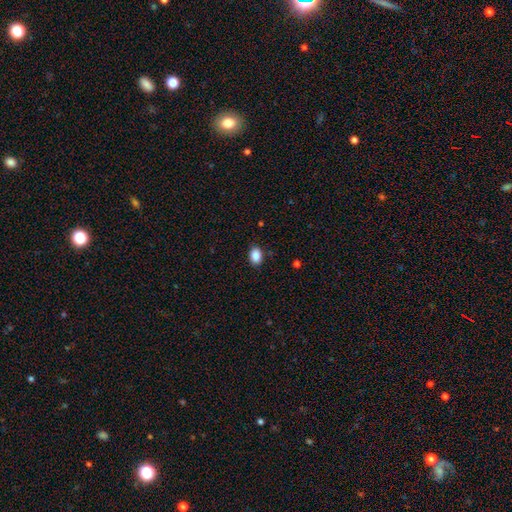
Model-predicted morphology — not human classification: A smooth galaxy with no disk features (89%) that is in between round and cigar-shaped (81%). Merging: none (87%).